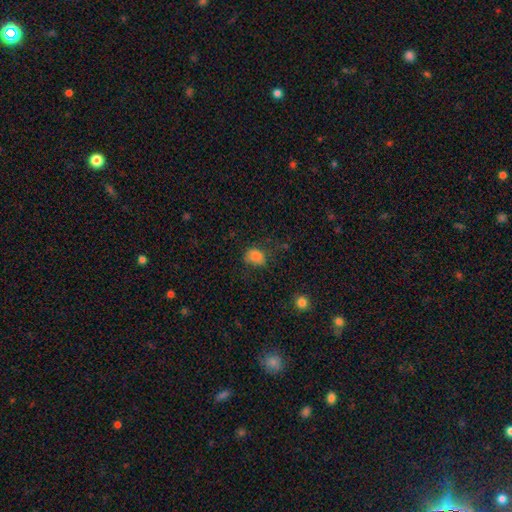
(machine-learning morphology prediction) A smooth galaxy with no disk features (81%) that is in between round and cigar-shaped (66%).

Vote fractions:
- Smooth or featured? smooth: 81% / star or artifact: 12% / featured or disk: 7%
- How rounded? in between: 66% / round: 33% / cigar-shaped: 1%
- Merging? none: 50% / minor disturbance: 30% / major disturbance: 18% / merger: 3%